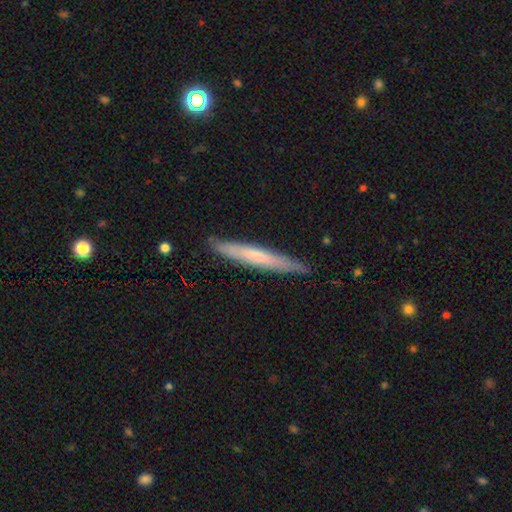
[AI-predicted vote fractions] Smooth or featured? Predicted: smooth (p=0.57). How rounded? Predicted: cigar-shaped (p=0.95). Merging? Predicted: none (p=0.88).